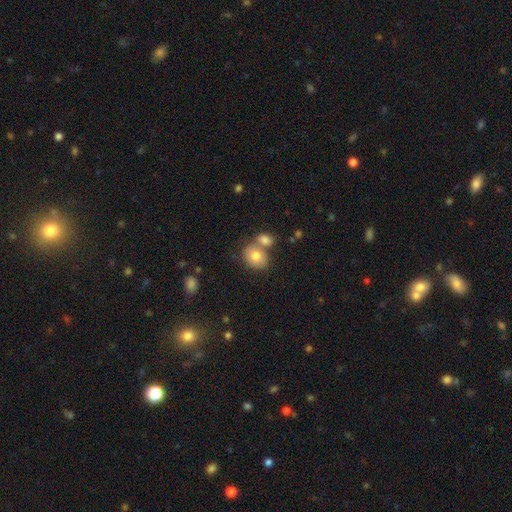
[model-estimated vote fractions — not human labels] A smooth galaxy with no disk features (78%) that is in between round and cigar-shaped (52%).

Vote fractions:
- Smooth or featured? smooth: 78% / featured or disk: 14% / star or artifact: 8%
- How rounded? in between: 52% / round: 47% / cigar-shaped: 1%
- Merging? merger: 44% / none: 42% / minor disturbance: 11% / major disturbance: 4%